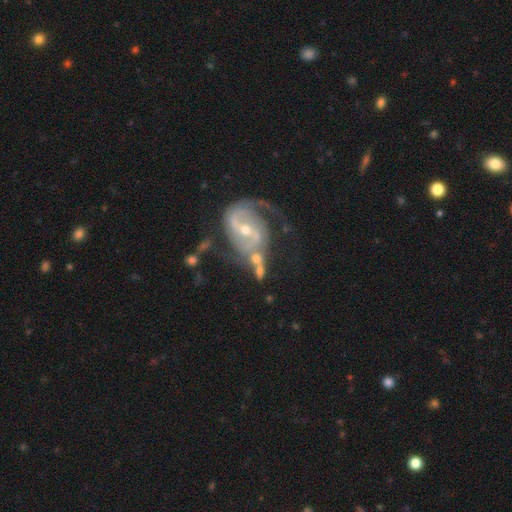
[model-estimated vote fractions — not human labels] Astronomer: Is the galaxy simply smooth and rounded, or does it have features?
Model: featured or disk — 86%.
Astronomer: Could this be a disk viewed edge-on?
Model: no — 97%.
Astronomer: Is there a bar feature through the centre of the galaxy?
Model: weak — 41% (runner-up: strong, 33%).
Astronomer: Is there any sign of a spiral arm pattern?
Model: yes — 94%.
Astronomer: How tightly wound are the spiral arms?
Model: medium — 48% (runner-up: loose, 28%).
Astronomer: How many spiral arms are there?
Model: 2 — 80%.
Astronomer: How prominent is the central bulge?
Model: small — 50% (runner-up: moderate, 46%).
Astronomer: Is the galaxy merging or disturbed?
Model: none — 43% (runner-up: minor disturbance, 20%).